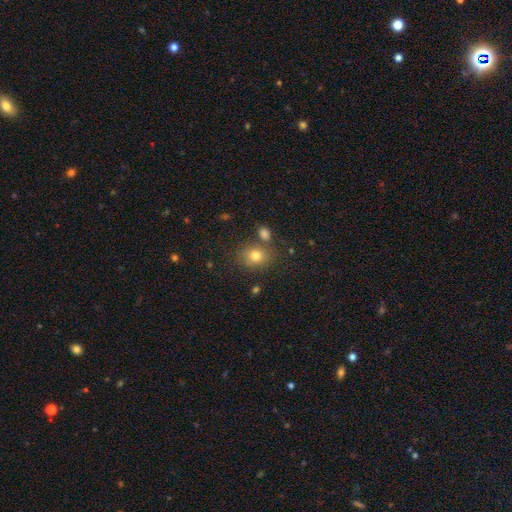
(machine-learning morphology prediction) Q: Smooth or featured?
A: smooth (78%); runner-up: star or artifact (12%)
Q: How rounded?
A: round (51%); runner-up: in between (48%)
Q: Merging?
A: none (70%); runner-up: minor disturbance (13%)